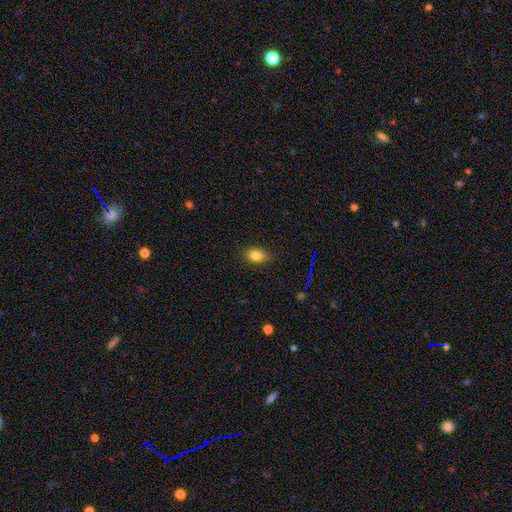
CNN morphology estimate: A smooth galaxy with no disk features (79%) that is in between round and cigar-shaped (78%).

Vote fractions:
- Smooth or featured? smooth: 79% / star or artifact: 12% / featured or disk: 9%
- How rounded? in between: 78% / round: 17% / cigar-shaped: 5%
- Merging? none: 72% / minor disturbance: 22% / major disturbance: 4% / merger: 2%